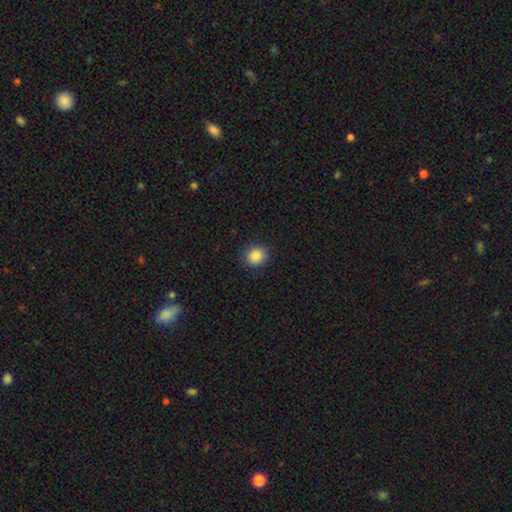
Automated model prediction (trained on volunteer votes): smooth-or-featured: smooth: 88% | star or artifact: 9% | featured or disk: 3%
  how-rounded: round: 84% | in between: 15% | cigar-shaped: 1%
  merging: none: 89% | minor disturbance: 7% | major disturbance: 2% | merger: 1%